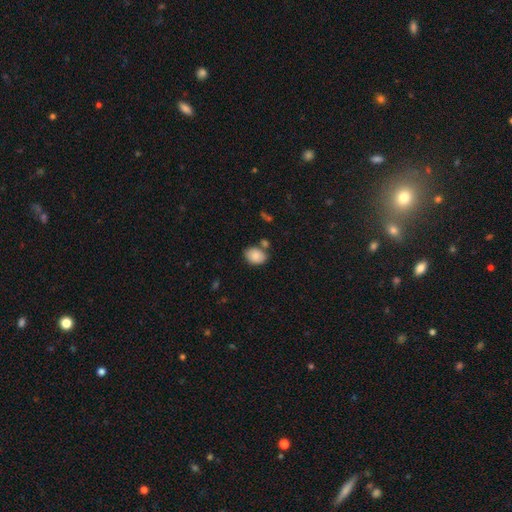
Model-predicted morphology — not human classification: smooth-or-featured: smooth: 85% | featured or disk: 8% | star or artifact: 8%
  how-rounded: in between: 71% | round: 28% | cigar-shaped: 1%
  merging: none: 67% | minor disturbance: 16% | merger: 13% | major disturbance: 4%